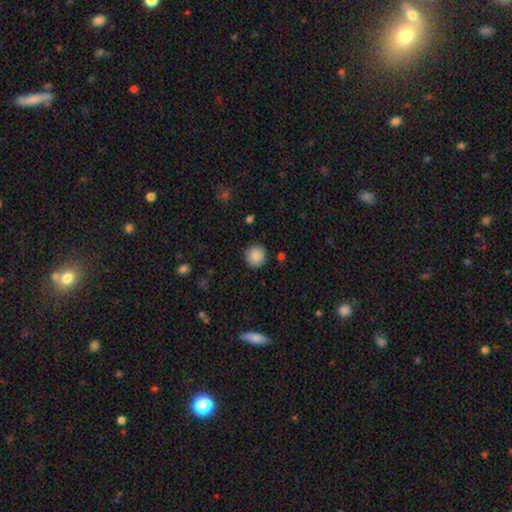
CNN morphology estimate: Overall: smooth (88%). How rounded: round (93%). Merging: none (90%).